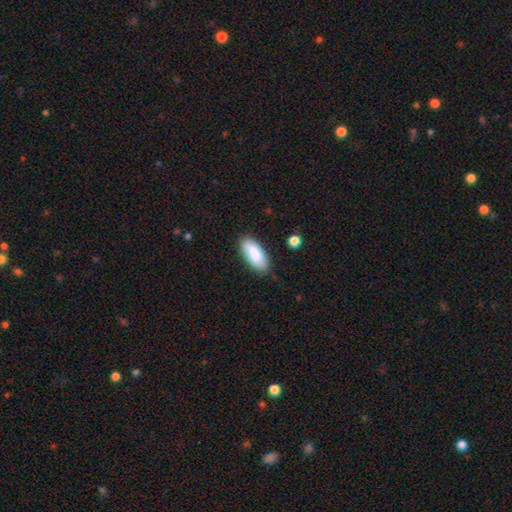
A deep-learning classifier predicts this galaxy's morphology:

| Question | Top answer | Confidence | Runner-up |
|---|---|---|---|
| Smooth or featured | smooth | 82% | featured or disk (11%) |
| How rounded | in between | 84% | cigar-shaped (14%) |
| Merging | none | 79% | minor disturbance (16%) |